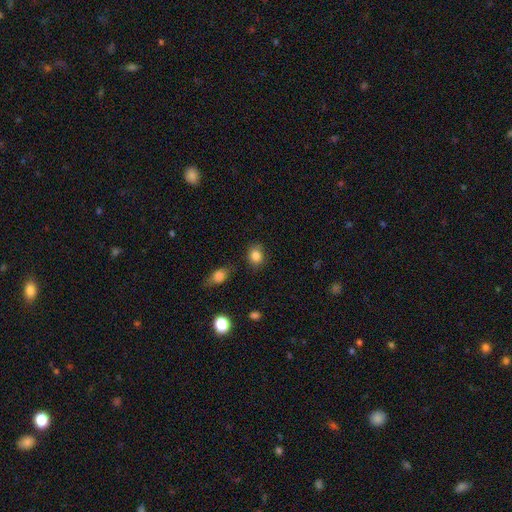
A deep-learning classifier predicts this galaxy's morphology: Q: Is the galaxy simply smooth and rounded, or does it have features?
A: smooth — 85%.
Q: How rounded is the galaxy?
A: round — 61%.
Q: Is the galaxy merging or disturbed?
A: none — 79%.